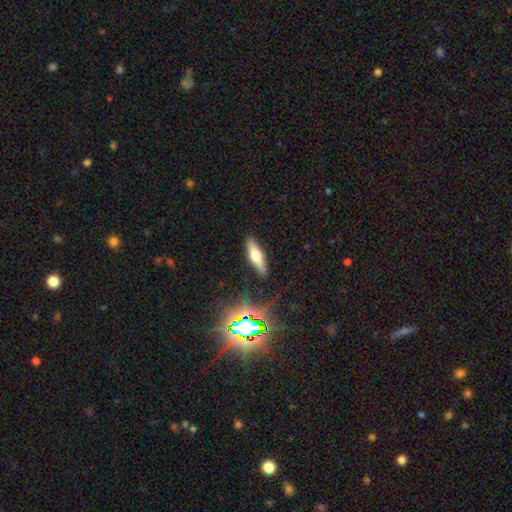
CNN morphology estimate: Smooth or featured? Predicted: smooth (p=0.52). How rounded? Predicted: cigar-shaped (p=0.59). Merging? Predicted: none (p=0.87).